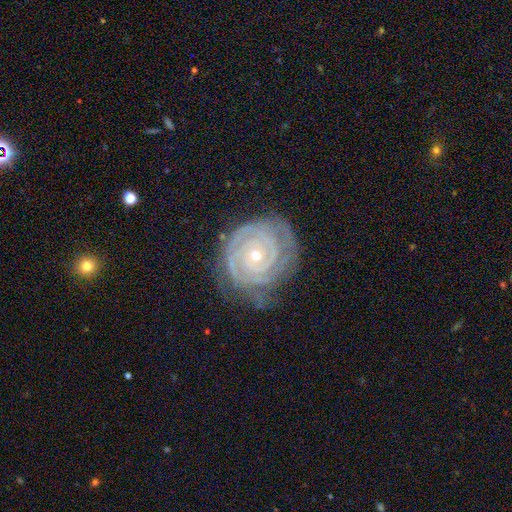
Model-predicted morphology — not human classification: A featured or disk galaxy (90%) with no bar (79%), 2 (30%) tight (87%) spiral arms (98%) and a small central bulge (67%).

Vote fractions:
- Smooth or featured? featured or disk: 90% / star or artifact: 5% / smooth: 5%
- Edge-on disk? no: 97% / yes: 3%
- Bar? no: 79% / weak: 14% / strong: 7%
- Spiral arms? yes: 98% / no: 2%
- Spiral winding? tight: 87% / medium: 11% / loose: 2%
- Spiral arm count? 2: 30% / 3: 25% / can't tell: 20% / 4: 12% / more than 4: 7% / 1: 6%
- Bulge size? small: 67% / moderate: 30% / large: 1% / none: 1% / dominant: 1%
- Merging? none: 71% / minor disturbance: 20% / major disturbance: 7% / merger: 1%